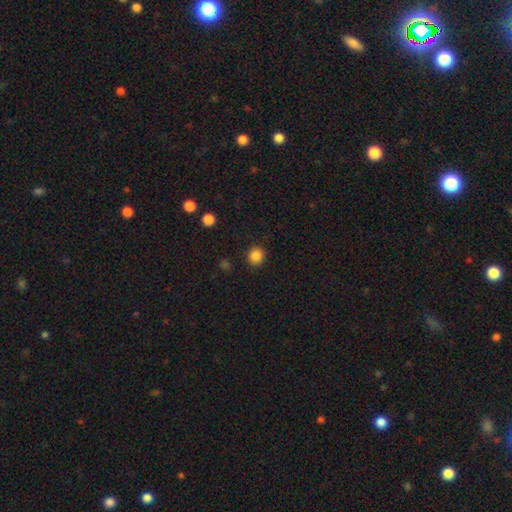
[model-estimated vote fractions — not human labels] Overall: smooth (86%). How rounded: round (85%). Merging: none (89%).